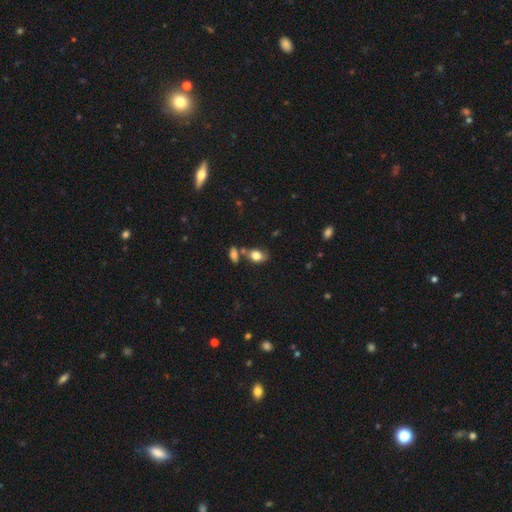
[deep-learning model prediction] smooth_or_featured: smooth (p=0.79) [alt: featured or disk p=0.13]
how_rounded: in between (p=0.82) [alt: round p=0.15]
merging: none (p=0.55) [alt: merger p=0.24]